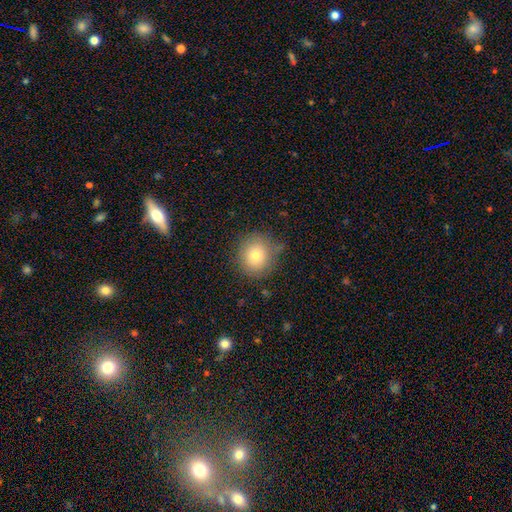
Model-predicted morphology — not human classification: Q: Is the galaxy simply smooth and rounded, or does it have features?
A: smooth — 77%.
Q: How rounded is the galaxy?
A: round — 89%.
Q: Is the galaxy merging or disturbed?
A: none — 77%.